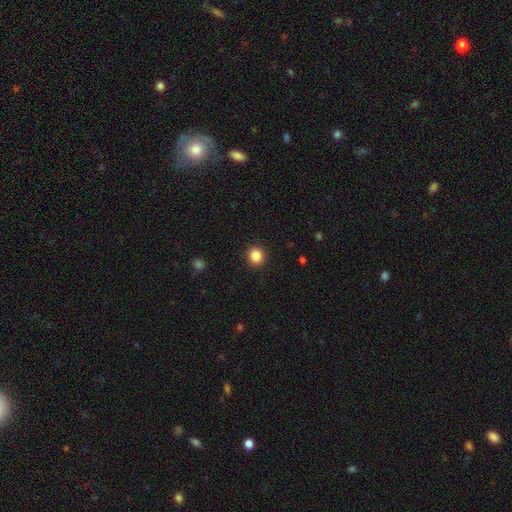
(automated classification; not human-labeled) Smooth or featured?
  - smooth: 86% *
  - star or artifact: 10%
  - featured or disk: 4%
How rounded?
  - round: 86% *
  - in between: 13%
  - cigar-shaped: 1%
Merging?
  - none: 91% *
  - minor disturbance: 6%
  - major disturbance: 2%
  - merger: 1%